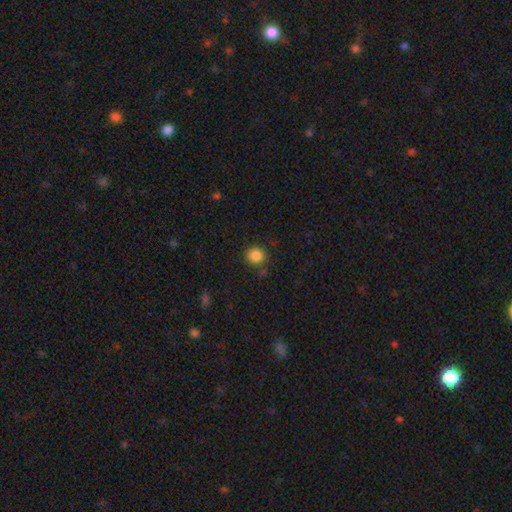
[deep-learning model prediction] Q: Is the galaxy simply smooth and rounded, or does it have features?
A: smooth — 86%.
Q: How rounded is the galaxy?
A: round — 89%.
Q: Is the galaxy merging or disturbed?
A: none — 84%.